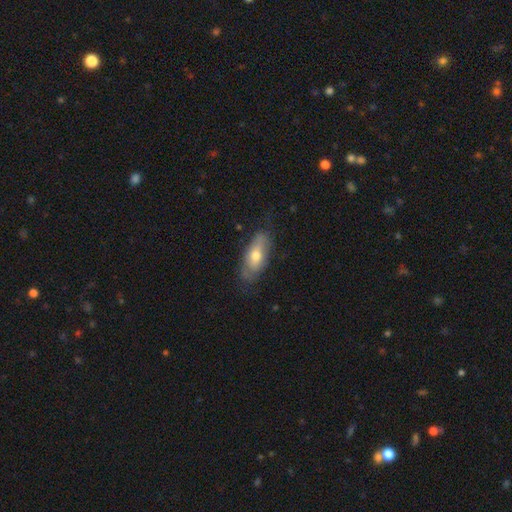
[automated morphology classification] Smooth or featured?
  - smooth: 57% *
  - featured or disk: 37%
  - star or artifact: 6%
How rounded?
  - in between: 82% *
  - cigar-shaped: 14%
  - round: 4%
Merging?
  - none: 68% *
  - minor disturbance: 24%
  - major disturbance: 7%
  - merger: 1%